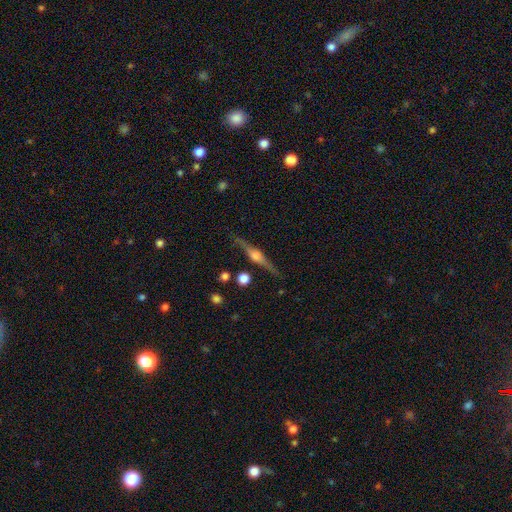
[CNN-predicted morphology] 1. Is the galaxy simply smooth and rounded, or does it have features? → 79% featured or disk, 14% smooth, 7% star or artifact.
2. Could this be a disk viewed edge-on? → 98% yes, 2% no.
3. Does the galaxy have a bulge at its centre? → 85% rounded, 12% boxy, 3% none.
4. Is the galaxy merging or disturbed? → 86% none, 9% minor disturbance, 2% major disturbance, 2% merger.